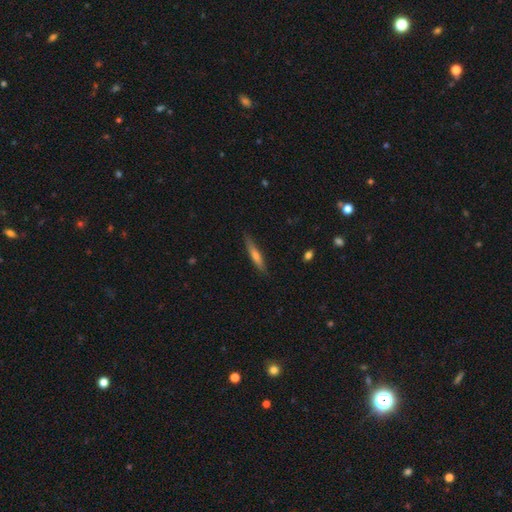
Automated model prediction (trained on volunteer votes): featured or disk 49%, smooth 44%, star or artifact 8%. Down the decision tree: merging — none (86%).